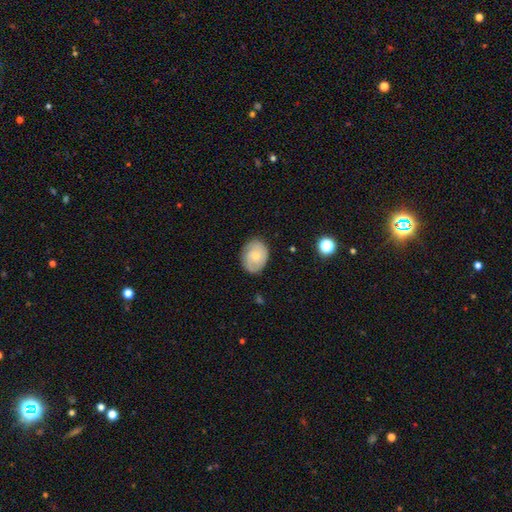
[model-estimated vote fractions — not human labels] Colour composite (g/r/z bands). It shows a smooth galaxy with no disk features (54%) that is in between round and cigar-shaped (62%). Merging: none (79%).